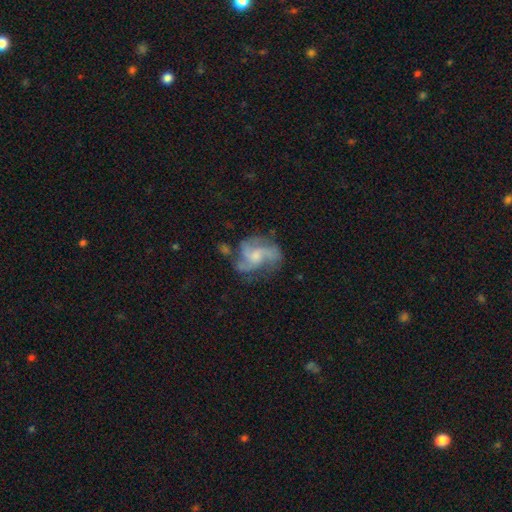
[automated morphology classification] Smooth or featured?
  - featured or disk: 77% *
  - smooth: 14%
  - star or artifact: 9%
Edge-on disk?
  - no: 98% *
  - yes: 2%
Bar?
  - no: 63% *
  - weak: 31%
  - strong: 6%
Spiral arms?
  - yes: 91% *
  - no: 9%
Spiral winding?
  - medium: 49% *
  - loose: 33%
  - tight: 18%
Spiral arm count?
  - 3: 46% *
  - 4: 19%
  - 2: 14%
  - can't tell: 12%
  - more than 4: 4%
  - 1: 4%
Bulge size?
  - moderate: 49% *
  - small: 32%
  - none: 11%
  - large: 7%
  - dominant: 1%
Merging?
  - none: 59% *
  - minor disturbance: 20%
  - major disturbance: 17%
  - merger: 4%